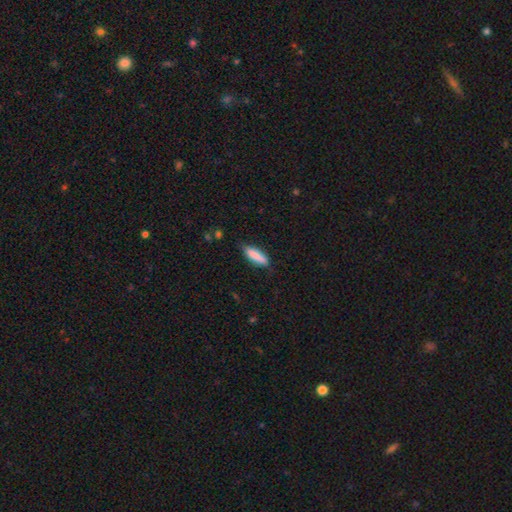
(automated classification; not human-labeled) Q: Smooth or featured?
A: smooth (82%); runner-up: featured or disk (12%)
Q: How rounded?
A: cigar-shaped (56%); runner-up: in between (43%)
Q: Merging?
A: none (77%); runner-up: minor disturbance (18%)